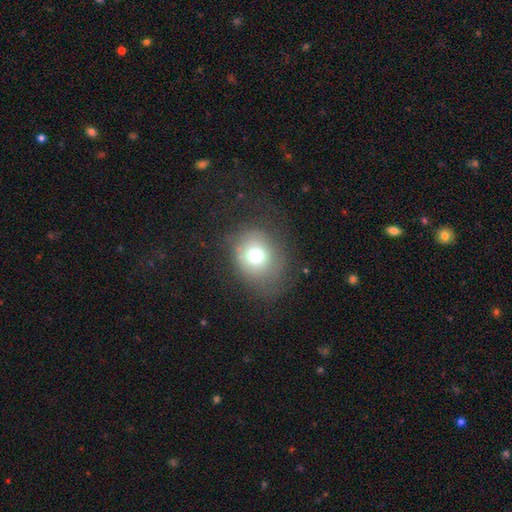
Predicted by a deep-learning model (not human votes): Morphology: type=smooth (70%); roundness=round (70%); merging=none (65%).